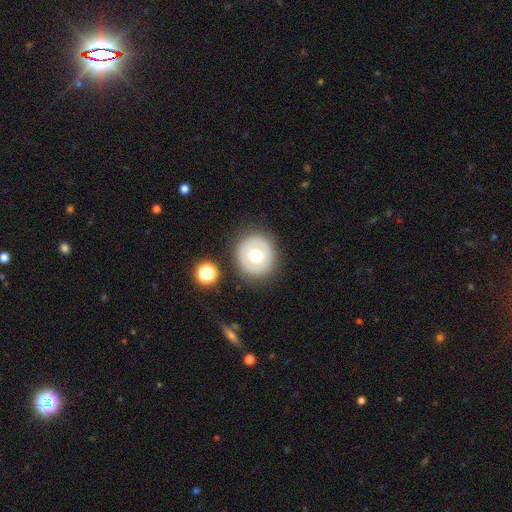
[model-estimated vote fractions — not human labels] Smooth or featured? Predicted: smooth (p=0.56). How rounded? Predicted: round (p=0.90). Merging? Predicted: none (p=0.86).